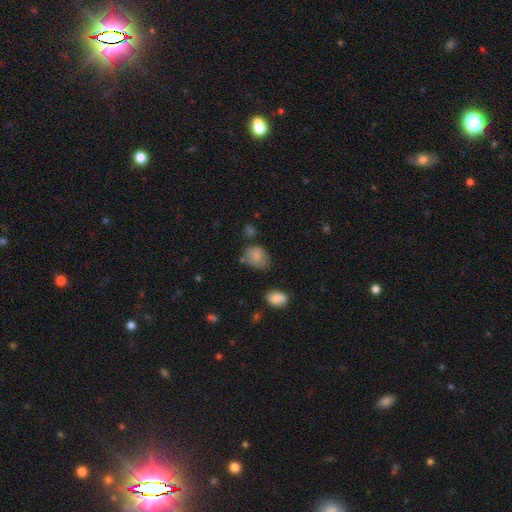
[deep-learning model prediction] A smooth galaxy with no disk features (78%) that is in between round and cigar-shaped (56%). Merging: none (54%).